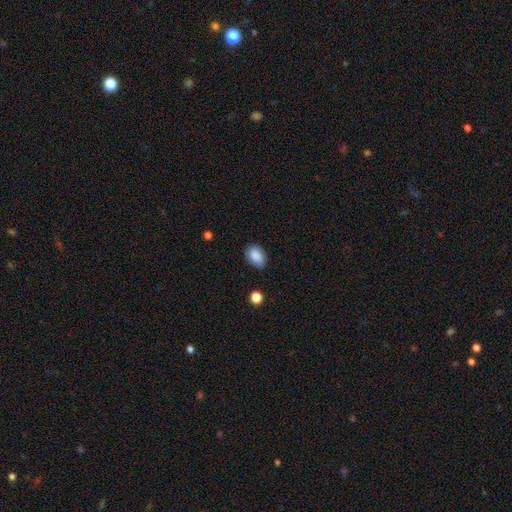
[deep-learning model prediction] Smooth or featured? Predicted: smooth (p=0.86). How rounded? Predicted: in between (p=0.85). Merging? Predicted: none (p=0.76).